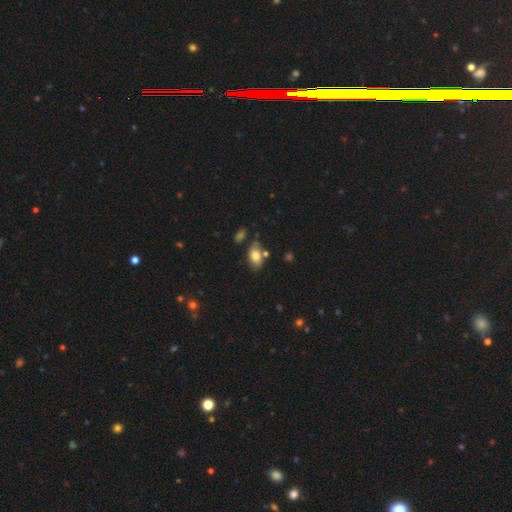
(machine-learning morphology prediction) smooth 78%, featured or disk 14%, star or artifact 8%. Down the decision tree: how rounded — in between (90%); merging — none (66%).